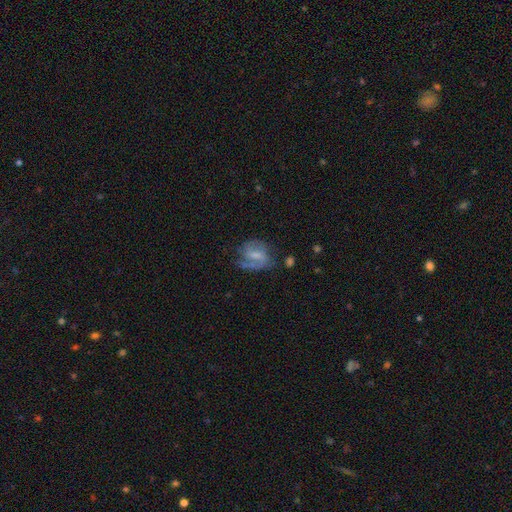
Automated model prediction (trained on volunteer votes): featured or disk 70%, smooth 23%, star or artifact 7%. Down the decision tree: edge-on disk — no (97%); bar — weak (53%); spiral arms — yes (87%); spiral arm count — 2 (53%); spiral winding — medium (47%); bulge size — small (39%); merging — none (52%).